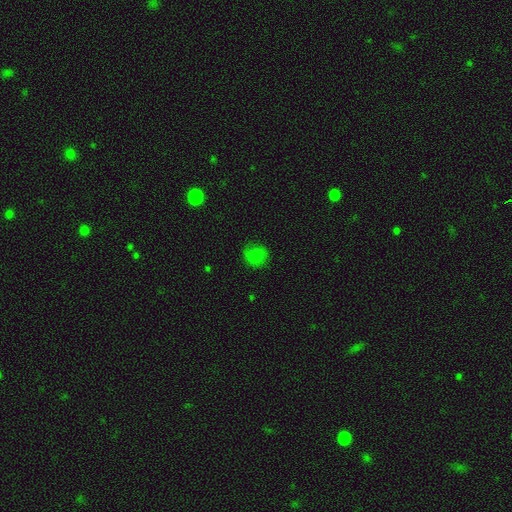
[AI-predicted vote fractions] smooth 73%, star or artifact 17%, featured or disk 9%. Down the decision tree: how rounded — round (80%); merging — none (71%).